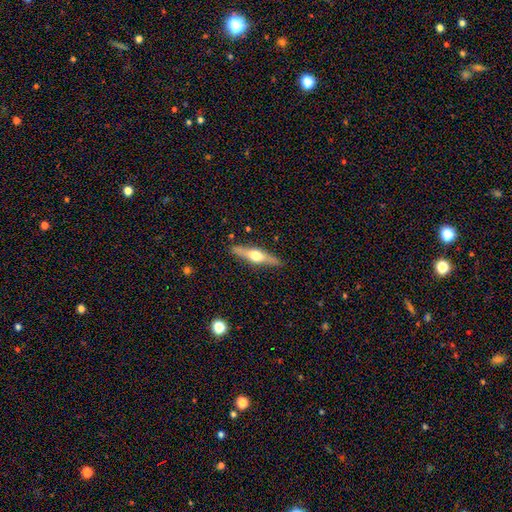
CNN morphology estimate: Q: Smooth or featured?
A: featured or disk (61%); runner-up: smooth (33%)
Q: Edge-on disk?
A: yes (95%); runner-up: no (5%)
Q: Edge-on bulge?
A: rounded (94%); runner-up: boxy (4%)
Q: Merging?
A: none (88%); runner-up: minor disturbance (9%)